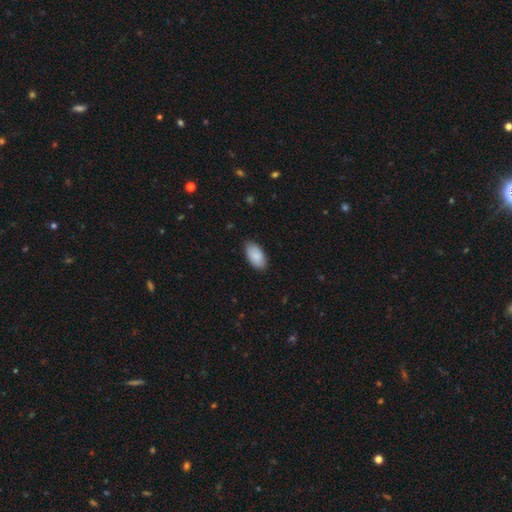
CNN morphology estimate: Smooth or featured?
  - smooth: 88% *
  - featured or disk: 6%
  - star or artifact: 6%
How rounded?
  - in between: 96% *
  - round: 2%
  - cigar-shaped: 2%
Merging?
  - none: 84% *
  - minor disturbance: 12%
  - major disturbance: 2%
  - merger: 1%